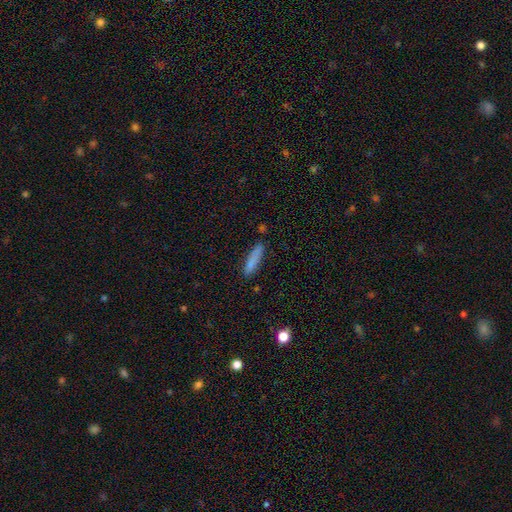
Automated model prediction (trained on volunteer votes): smooth-or-featured: smooth: 71% | featured or disk: 16% | star or artifact: 14%
  how-rounded: cigar-shaped: 85% | in between: 12% | round: 3%
  merging: none: 83% | minor disturbance: 12% | major disturbance: 3% | merger: 2%